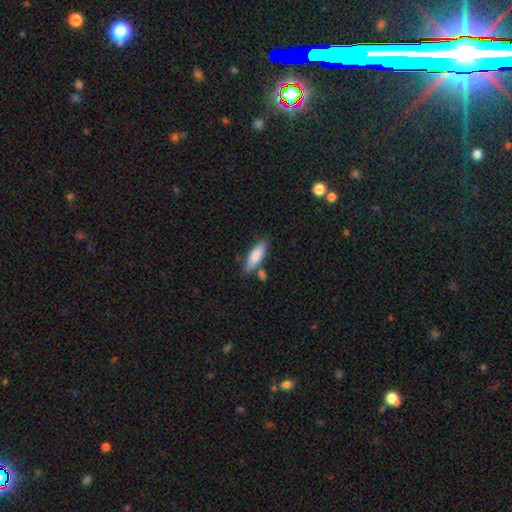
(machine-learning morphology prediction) A smooth galaxy with no disk features (81%) that is in between round and cigar-shaped (54%).

Vote fractions:
- Smooth or featured? smooth: 81% / featured or disk: 13% / star or artifact: 6%
- How rounded? in between: 54% / cigar-shaped: 44% / round: 2%
- Merging? none: 69% / minor disturbance: 16% / merger: 11% / major disturbance: 4%